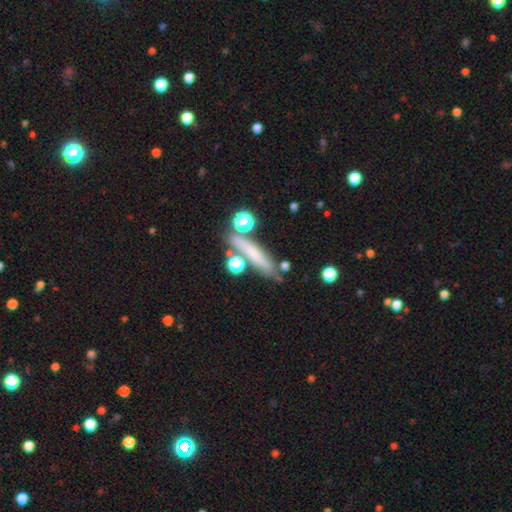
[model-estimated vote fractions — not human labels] This appears to be a smooth galaxy with no disk features (62%) that is cigar-shaped (75%). Merging: none (69%).